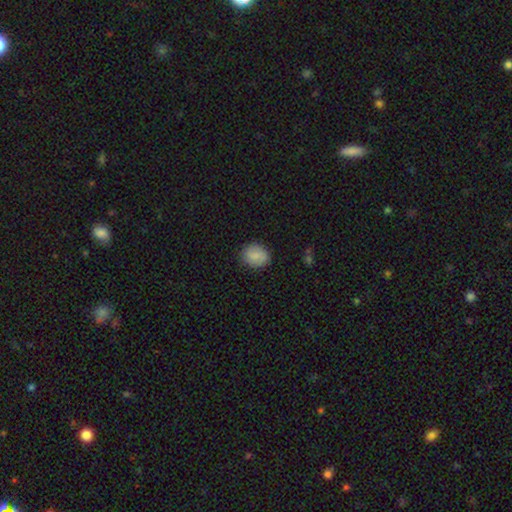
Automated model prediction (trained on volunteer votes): This is clearly a smooth galaxy (84%). How rounded: possibly round (58%). Merging: clearly none (84%).